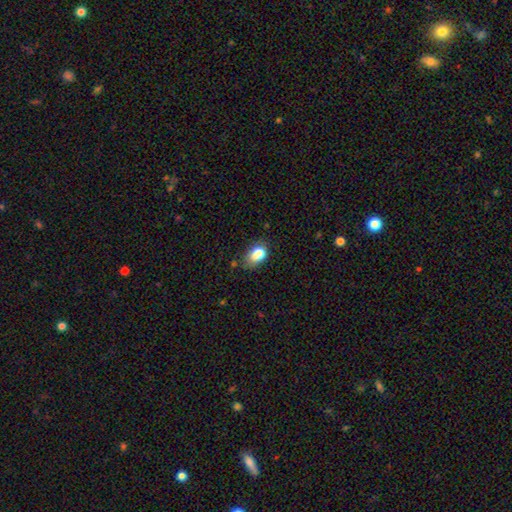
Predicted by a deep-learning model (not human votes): This is likely a smooth galaxy (79%). How rounded: clearly in between (82%). Merging: possibly none (55%).